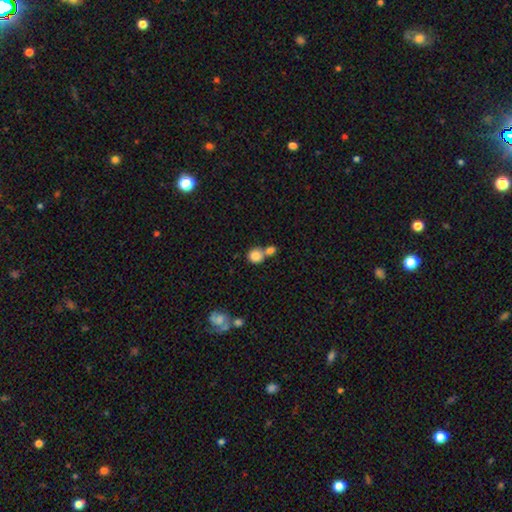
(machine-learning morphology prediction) Smooth or featured: smooth — 84% (star or artifact — 9%)
How rounded: round — 86% (in between — 13%)
Merging: merger — 47% (none — 42%)